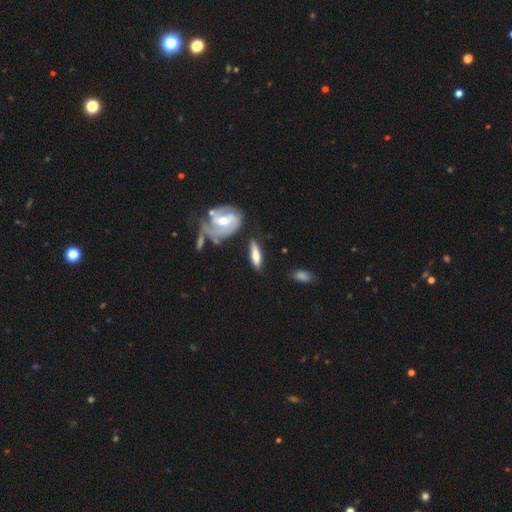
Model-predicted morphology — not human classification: Q: Smooth or featured?
A: smooth (58%); runner-up: featured or disk (35%)
Q: How rounded?
A: cigar-shaped (54%); runner-up: in between (43%)
Q: Merging?
A: none (66%); runner-up: minor disturbance (19%)